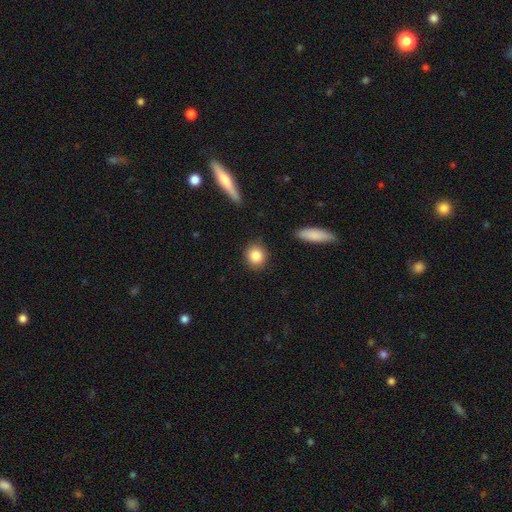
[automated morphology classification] type=smooth (85%); roundness=round (82%); merging=none (89%).